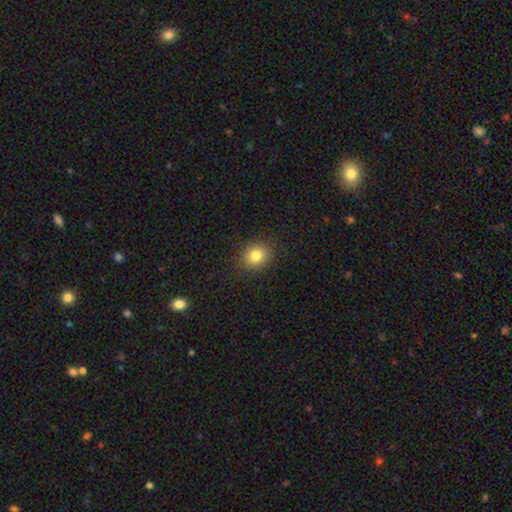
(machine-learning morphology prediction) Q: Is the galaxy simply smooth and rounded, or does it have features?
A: smooth — 82%.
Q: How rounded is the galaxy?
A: round — 71%.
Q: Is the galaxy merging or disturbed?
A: none — 90%.